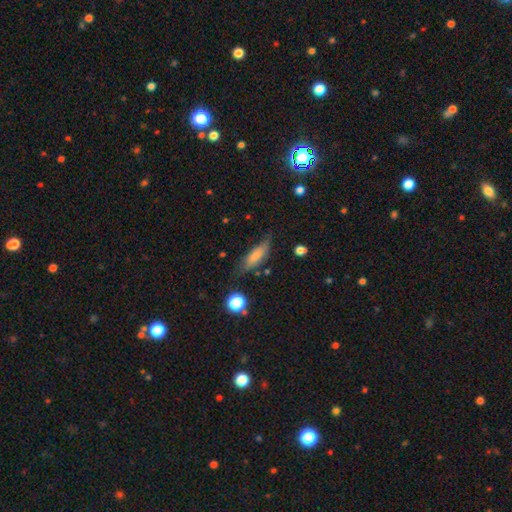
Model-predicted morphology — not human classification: This appears to be a smooth galaxy with no disk features (67%) that is in between round and cigar-shaped (57%). Merging: none (62%).